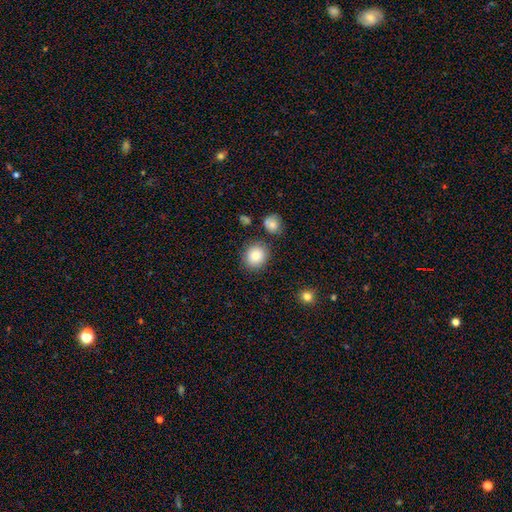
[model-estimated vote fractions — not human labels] A smooth galaxy with no disk features (83%) that is round (81%).

Vote fractions:
- Smooth or featured? smooth: 83% / star or artifact: 9% / featured or disk: 7%
- How rounded? round: 81% / in between: 18% / cigar-shaped: 1%
- Merging? none: 83% / minor disturbance: 9% / merger: 6% / major disturbance: 3%